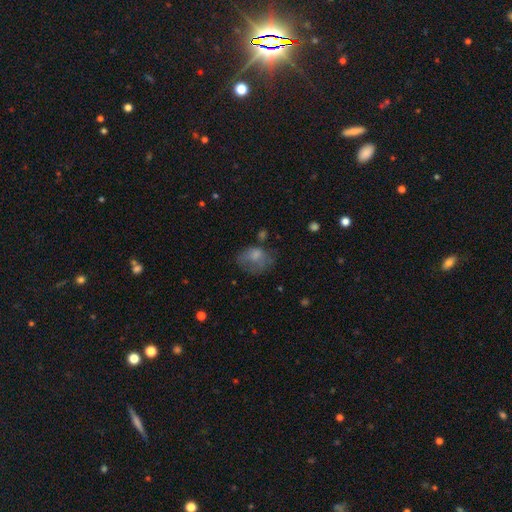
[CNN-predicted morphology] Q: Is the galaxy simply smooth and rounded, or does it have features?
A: smooth — 67%.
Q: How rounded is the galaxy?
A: in between — 63%.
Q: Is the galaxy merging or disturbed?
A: none — 35%.